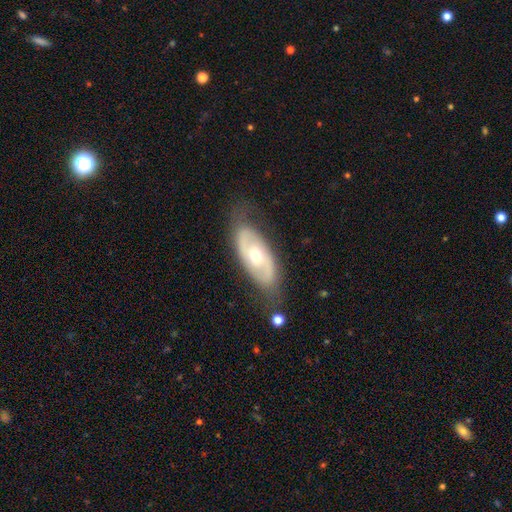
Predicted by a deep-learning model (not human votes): A featured or disk galaxy (68%) with no bar (60%), spiral arms (71%) and a moderate central bulge (68%). Merging: none (71%).